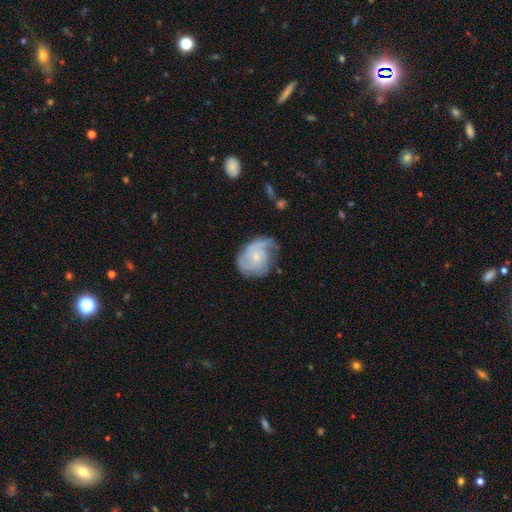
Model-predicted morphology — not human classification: featured or disk 77%, smooth 17%, star or artifact 6%. Down the decision tree: edge-on disk — no (98%); bar — no (73%); spiral arms — yes (93%); spiral arm count — 2 (29%); spiral winding — tight (46%); bulge size — small (72%); merging — none (52%).